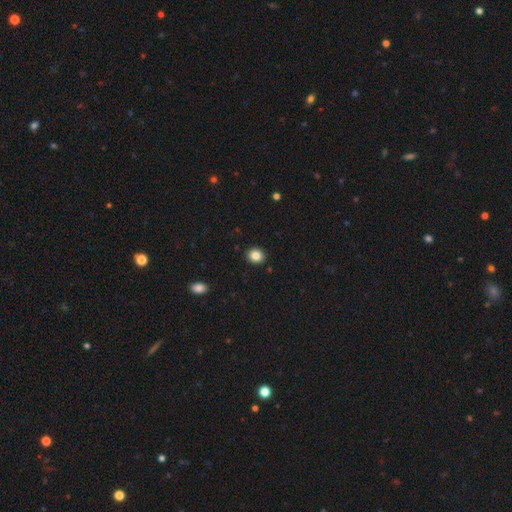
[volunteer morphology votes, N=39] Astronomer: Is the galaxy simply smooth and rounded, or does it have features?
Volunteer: smooth — 90%.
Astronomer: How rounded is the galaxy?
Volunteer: round — 89%.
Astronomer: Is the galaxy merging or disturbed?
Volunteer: none — 97%.